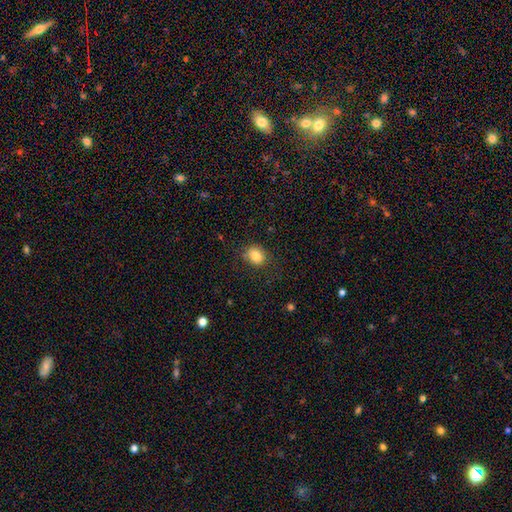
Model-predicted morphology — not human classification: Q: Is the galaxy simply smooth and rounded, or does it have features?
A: smooth — 83%.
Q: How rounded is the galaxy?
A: round — 53%.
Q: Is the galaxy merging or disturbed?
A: none — 80%.